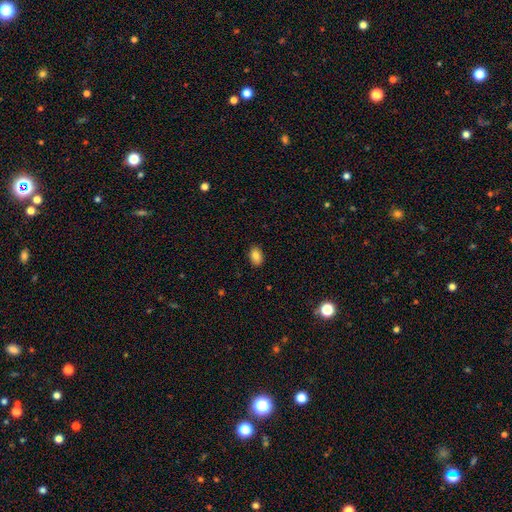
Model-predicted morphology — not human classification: A smooth galaxy with no disk features (84%) that is in between round and cigar-shaped (86%).

Vote fractions:
- Smooth or featured? smooth: 84% / star or artifact: 9% / featured or disk: 7%
- How rounded? in between: 86% / round: 13% / cigar-shaped: 1%
- Merging? none: 88% / minor disturbance: 9% / major disturbance: 2% / merger: 1%